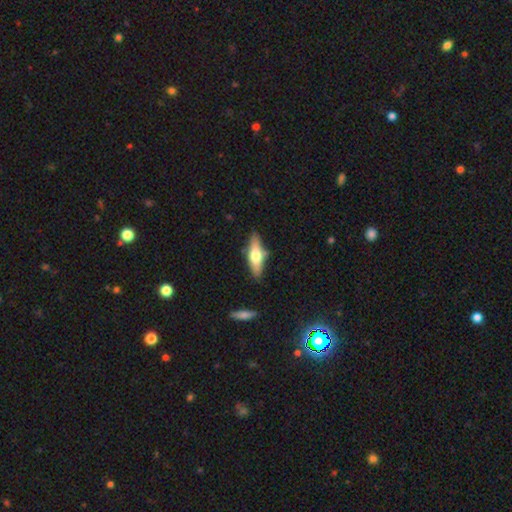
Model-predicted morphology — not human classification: This is possibly a smooth galaxy (50%). How rounded: possibly cigar-shaped (53%). Merging: likely none (78%).